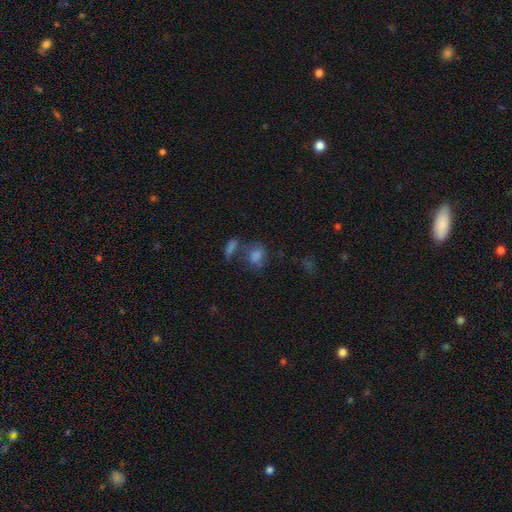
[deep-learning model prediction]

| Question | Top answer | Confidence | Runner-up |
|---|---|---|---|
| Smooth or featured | smooth | 70% | star or artifact (16%) |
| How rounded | in between | 58% | round (39%) |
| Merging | none | 41% | merger (31%) |